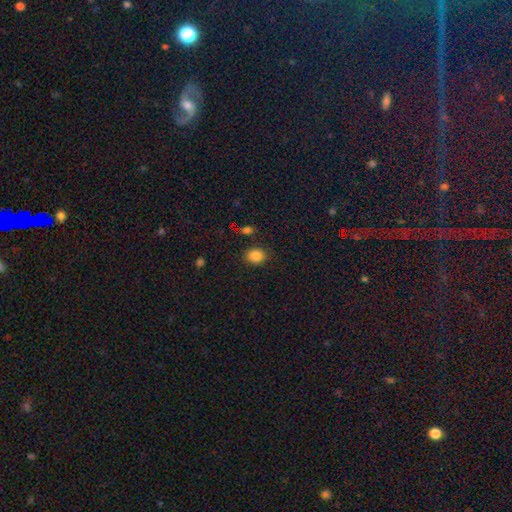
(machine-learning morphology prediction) smooth_or_featured: smooth (p=0.83) [alt: star or artifact p=0.12]
how_rounded: round (p=0.58) [alt: in between p=0.41]
merging: none (p=0.85) [alt: minor disturbance p=0.10]